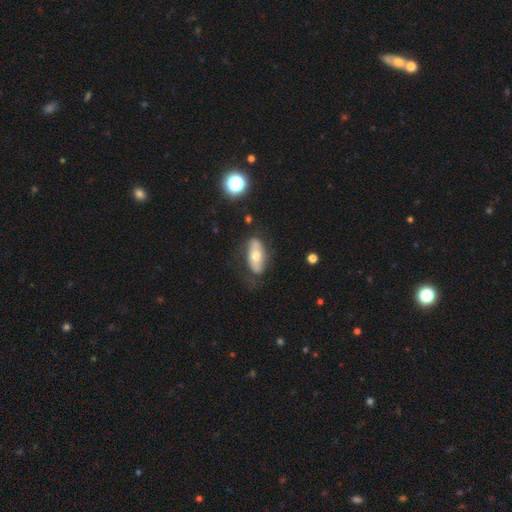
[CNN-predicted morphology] Smooth or featured?
  - smooth: 52% *
  - featured or disk: 41%
  - star or artifact: 7%
How rounded?
  - in between: 80% *
  - cigar-shaped: 16%
  - round: 4%
Merging?
  - none: 70% *
  - minor disturbance: 20%
  - major disturbance: 8%
  - merger: 2%